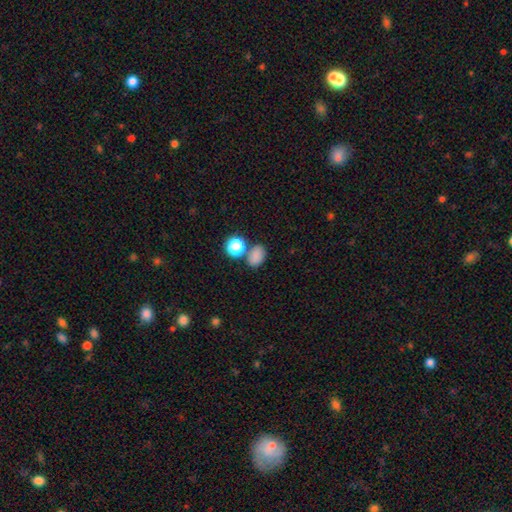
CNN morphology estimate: Smooth or featured?
  - smooth: 81% *
  - star or artifact: 14%
  - featured or disk: 5%
How rounded?
  - in between: 69% *
  - round: 30%
  - cigar-shaped: 1%
Merging?
  - none: 64% *
  - merger: 20%
  - minor disturbance: 12%
  - major disturbance: 4%